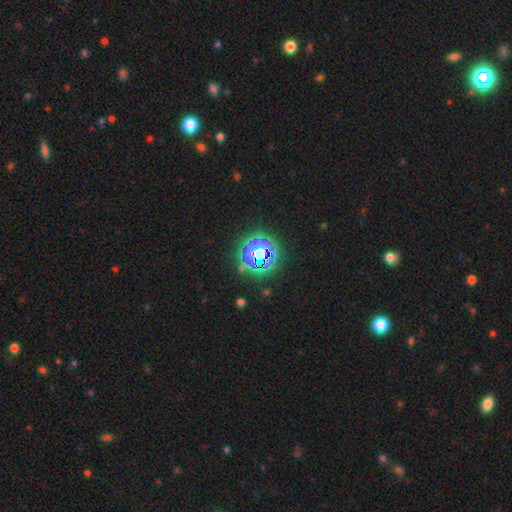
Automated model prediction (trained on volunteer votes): star or artifact 76%, smooth 15%, featured or disk 9%.